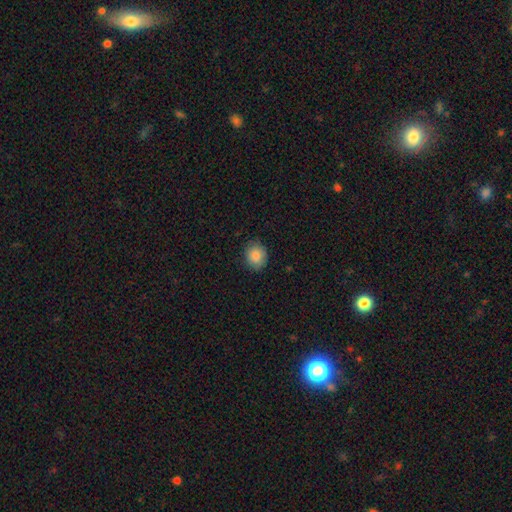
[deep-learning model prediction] Smooth or featured?
  - smooth: 86% *
  - star or artifact: 8%
  - featured or disk: 6%
How rounded?
  - round: 76% *
  - in between: 23%
  - cigar-shaped: 1%
Merging?
  - none: 85% *
  - minor disturbance: 12%
  - major disturbance: 2%
  - merger: 1%